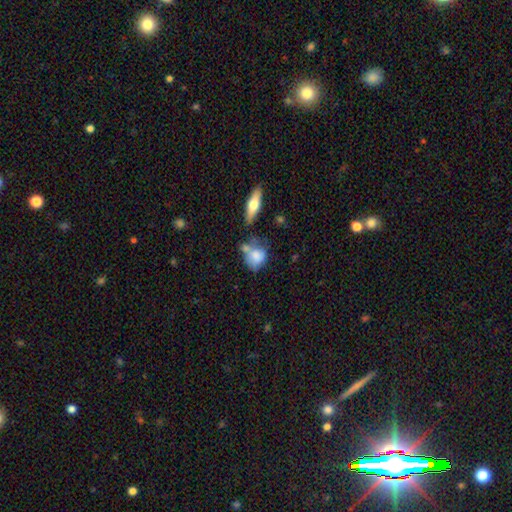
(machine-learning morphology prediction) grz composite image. It shows a smooth galaxy with no disk features (74%) that is in between round and cigar-shaped (50%). Merging: none (37%).